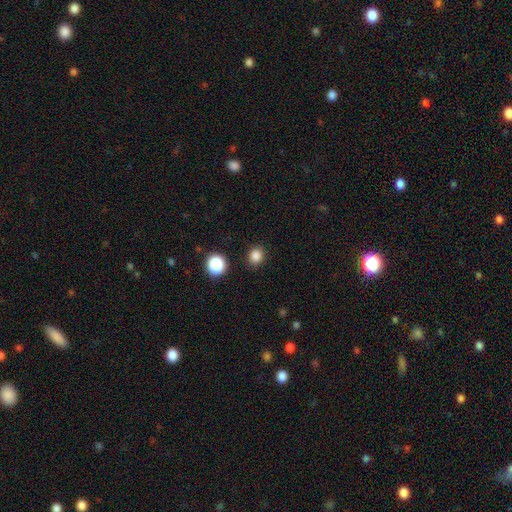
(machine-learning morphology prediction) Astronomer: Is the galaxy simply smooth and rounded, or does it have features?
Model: smooth — 83%.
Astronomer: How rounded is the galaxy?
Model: round — 77%.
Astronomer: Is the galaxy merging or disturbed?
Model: none — 89%.